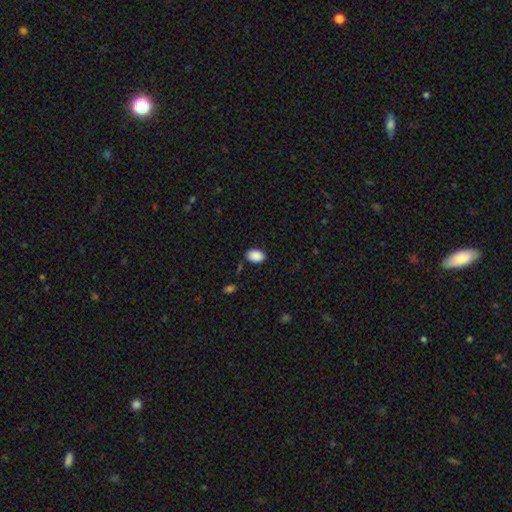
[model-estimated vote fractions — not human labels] This appears to be a smooth galaxy with no disk features (90%) that is in between round and cigar-shaped (87%). Merging: none (84%).